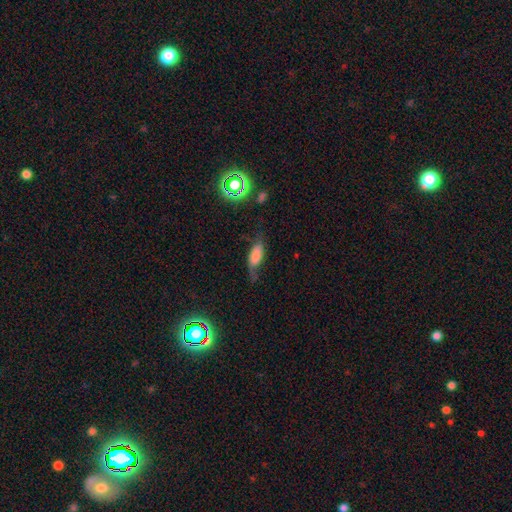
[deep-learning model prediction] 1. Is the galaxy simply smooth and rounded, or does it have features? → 65% smooth, 24% featured or disk, 10% star or artifact.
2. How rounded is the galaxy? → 77% in between, 19% cigar-shaped, 4% round.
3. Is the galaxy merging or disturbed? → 43% none, 32% minor disturbance, 23% major disturbance, 3% merger.